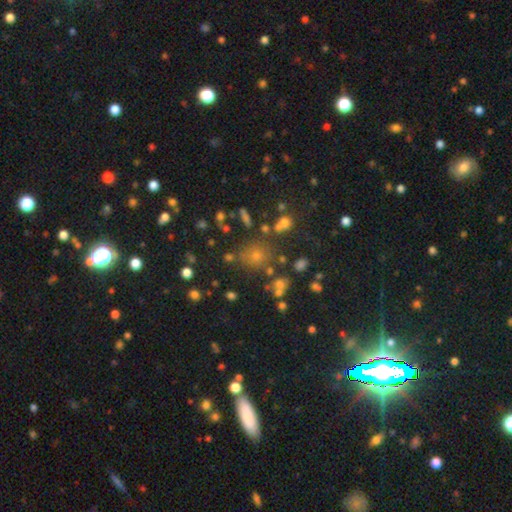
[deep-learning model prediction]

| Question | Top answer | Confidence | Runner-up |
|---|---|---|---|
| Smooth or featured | smooth | 66% | star or artifact (23%) |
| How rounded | round | 78% | in between (21%) |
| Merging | none | 70% | minor disturbance (14%) |